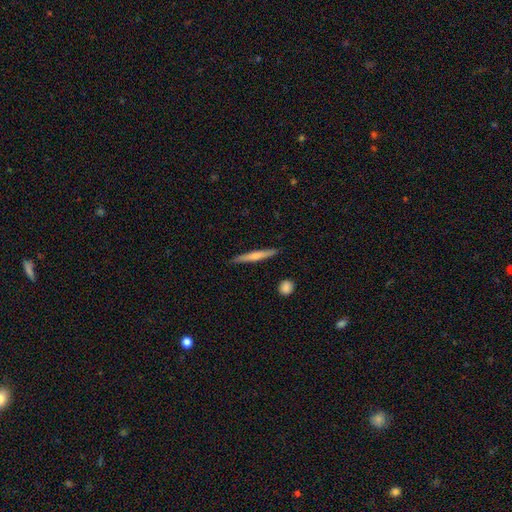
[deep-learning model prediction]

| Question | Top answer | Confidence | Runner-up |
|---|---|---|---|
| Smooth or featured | smooth | 53% | featured or disk (41%) |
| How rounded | cigar-shaped | 94% | in between (4%) |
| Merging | none | 88% | minor disturbance (9%) |